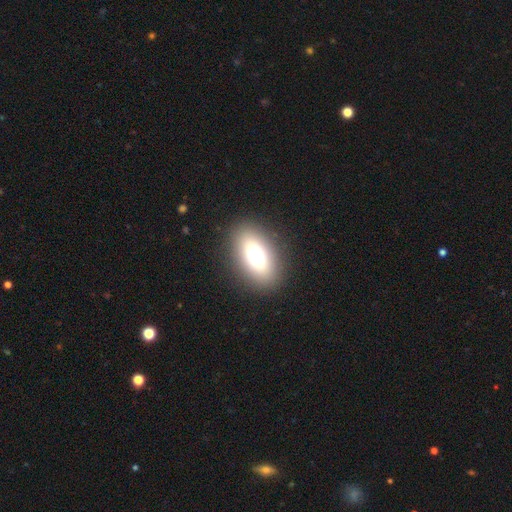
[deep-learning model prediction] Morphology: type=smooth (72%); roundness=in between (85%); merging=none (87%).